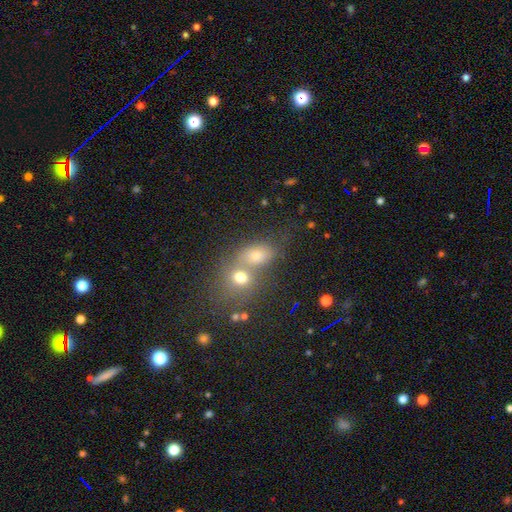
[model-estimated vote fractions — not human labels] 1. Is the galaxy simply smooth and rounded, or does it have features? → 65% smooth, 18% star or artifact, 18% featured or disk.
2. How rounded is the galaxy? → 61% in between, 37% round, 2% cigar-shaped.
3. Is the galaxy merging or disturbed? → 53% merger, 34% none, 8% minor disturbance, 5% major disturbance.